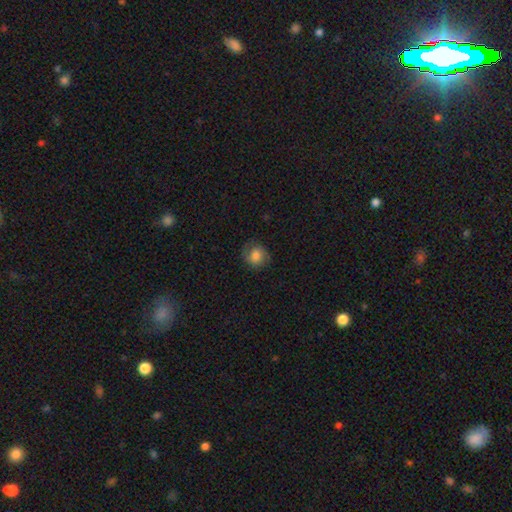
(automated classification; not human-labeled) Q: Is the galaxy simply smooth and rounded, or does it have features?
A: smooth — 65%.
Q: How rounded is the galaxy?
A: round — 79%.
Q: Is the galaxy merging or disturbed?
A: none — 74%.